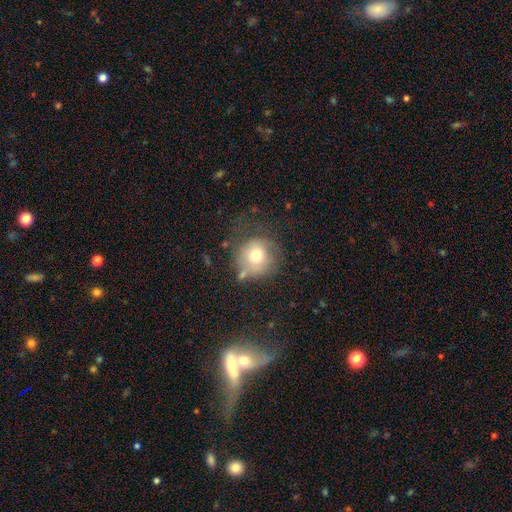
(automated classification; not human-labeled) Smooth or featured?
  - smooth: 70% *
  - featured or disk: 19%
  - star or artifact: 10%
How rounded?
  - round: 89% *
  - in between: 10%
  - cigar-shaped: 1%
Merging?
  - none: 53% *
  - minor disturbance: 25%
  - major disturbance: 16%
  - merger: 6%